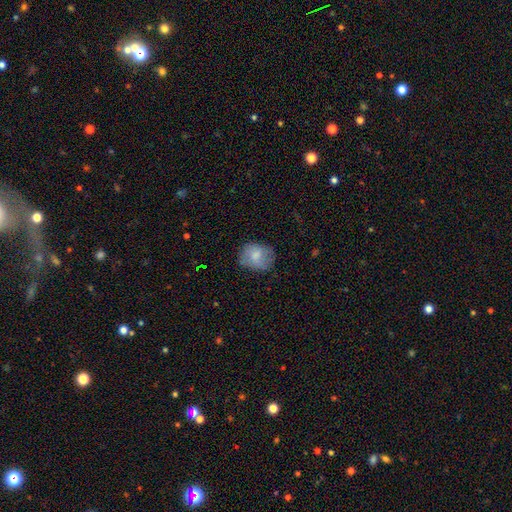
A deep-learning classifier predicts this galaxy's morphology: Overall: smooth (76%). How rounded: round (53%; in between 46%). Merging: none (67%).